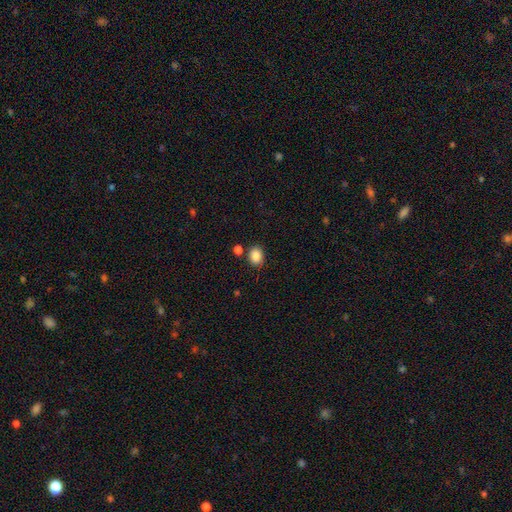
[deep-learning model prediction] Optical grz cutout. It shows a smooth galaxy with no disk features (87%) that is in between round and cigar-shaped (58%). Merging: none (79%).